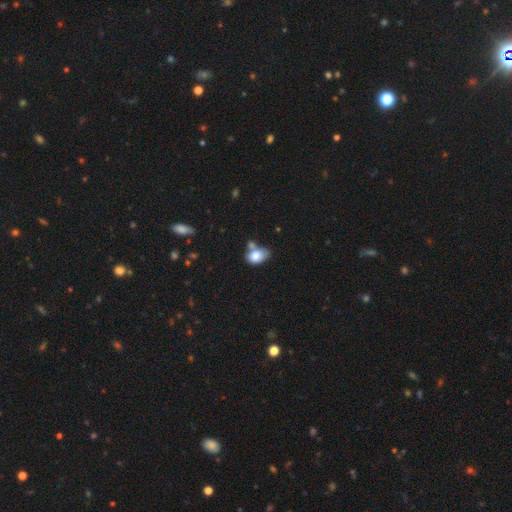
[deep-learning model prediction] smooth 80%, featured or disk 12%, star or artifact 8%. Down the decision tree: how rounded — in between (80%); merging — none (37%).